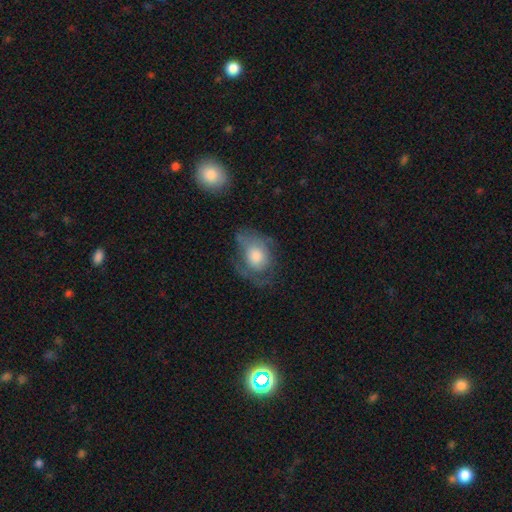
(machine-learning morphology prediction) Overall: smooth (52%; featured or disk 41%). How rounded: in between (65%; round 34%). Merging: none (41%; major disturbance 29%).